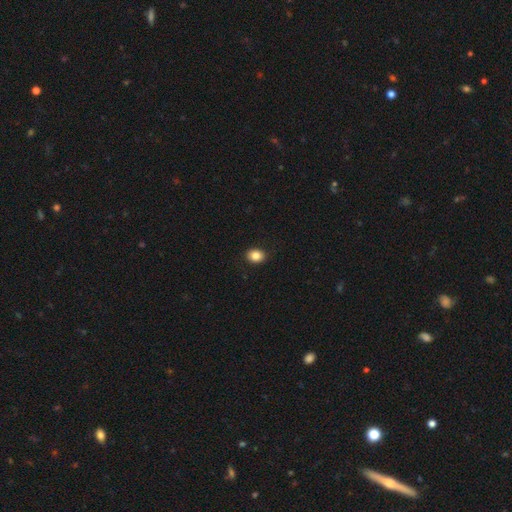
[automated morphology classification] smooth-or-featured: smooth: 85% | star or artifact: 9% | featured or disk: 6%
  how-rounded: in between: 52% | round: 47% | cigar-shaped: 1%
  merging: none: 89% | minor disturbance: 8% | major disturbance: 2% | merger: 1%